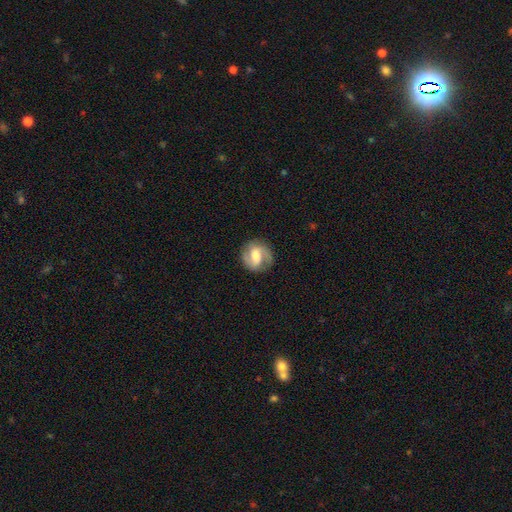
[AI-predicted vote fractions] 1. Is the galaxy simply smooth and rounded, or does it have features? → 70% featured or disk, 24% smooth, 6% star or artifact.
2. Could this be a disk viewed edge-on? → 97% no, 3% yes.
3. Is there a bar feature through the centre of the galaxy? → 49% weak, 27% strong, 24% no.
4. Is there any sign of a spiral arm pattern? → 91% yes, 9% no.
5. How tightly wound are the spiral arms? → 48% medium, 28% tight, 23% loose.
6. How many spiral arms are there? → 83% 2, 6% can't tell, 5% 1, 3% 3, 1% 4, 1% more than 4.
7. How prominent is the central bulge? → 56% moderate, 21% small, 17% large, 4% none, 2% dominant.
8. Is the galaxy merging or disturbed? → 81% none, 13% minor disturbance, 5% major disturbance, 1% merger.